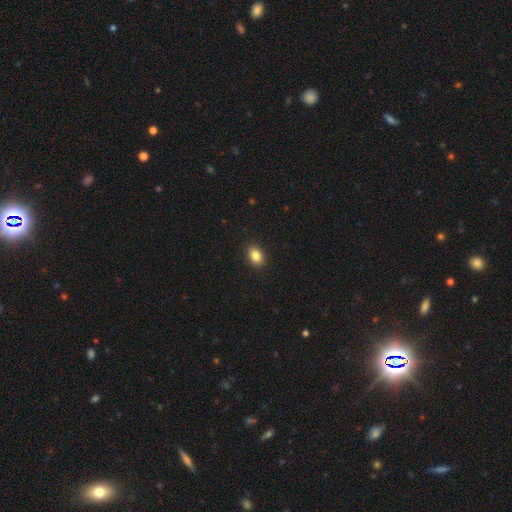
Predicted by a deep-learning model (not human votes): Overall: smooth (85%). How rounded: in between (76%). Merging: none (90%).